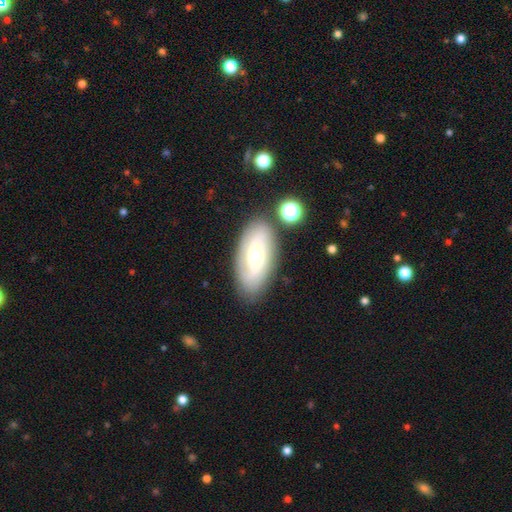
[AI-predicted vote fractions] smooth-or-featured: featured or disk: 57% | smooth: 36% | star or artifact: 7%
  disk-edge-on: no: 88% | yes: 12%
  merging: none: 79% | minor disturbance: 13% | merger: 5% | major disturbance: 4%